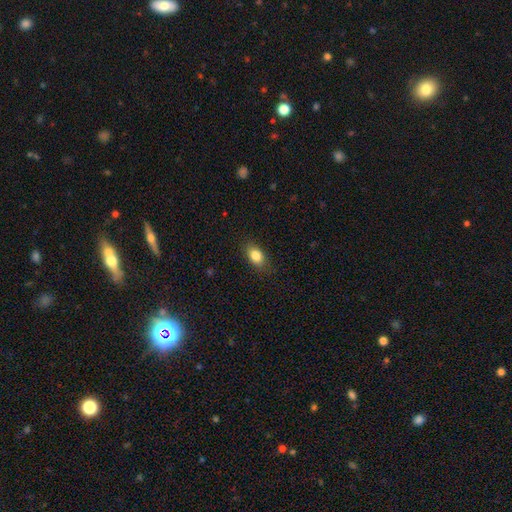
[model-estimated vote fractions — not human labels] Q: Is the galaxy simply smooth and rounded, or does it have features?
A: smooth — 84%.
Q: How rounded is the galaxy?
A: in between — 85%.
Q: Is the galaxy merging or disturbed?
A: none — 84%.